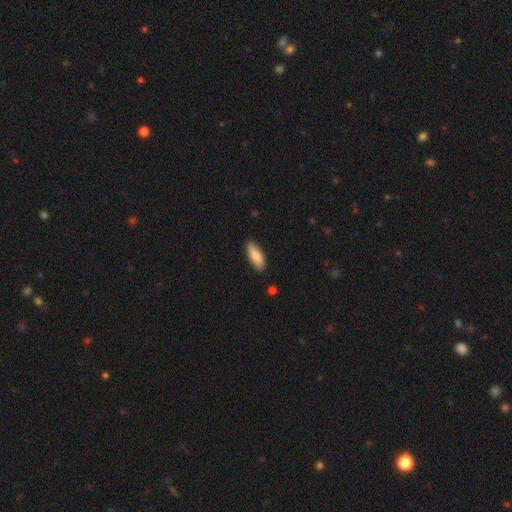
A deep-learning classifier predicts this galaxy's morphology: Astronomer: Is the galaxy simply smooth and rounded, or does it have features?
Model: smooth — 85%.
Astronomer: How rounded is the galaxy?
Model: in between — 68%.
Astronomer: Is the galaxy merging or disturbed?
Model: none — 86%.